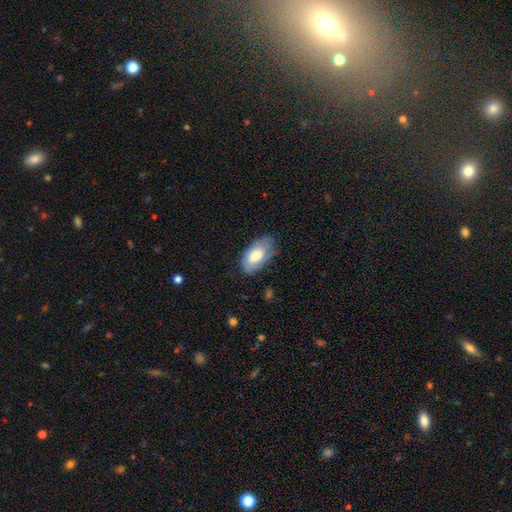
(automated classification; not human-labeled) The model was most divided on "merging": none: 66%, minor disturbance: 27%, major disturbance: 6%, merger: 1%. More confident: how rounded — in between (95%); smooth or featured — smooth (72%).